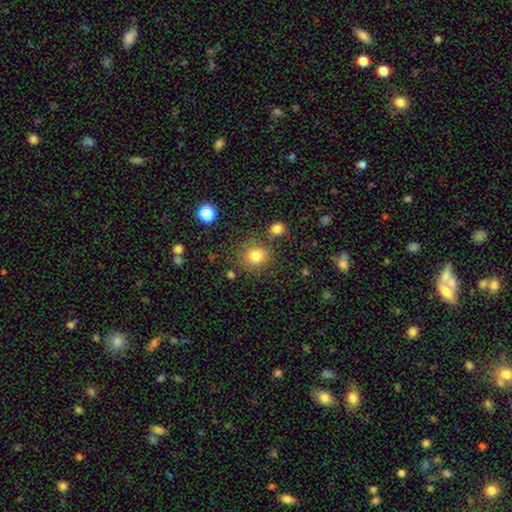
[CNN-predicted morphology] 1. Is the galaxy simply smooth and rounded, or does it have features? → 80% smooth, 12% star or artifact, 8% featured or disk.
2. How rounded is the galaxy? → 86% round, 13% in between, 1% cigar-shaped.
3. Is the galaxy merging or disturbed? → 77% none, 11% minor disturbance, 8% merger, 4% major disturbance.